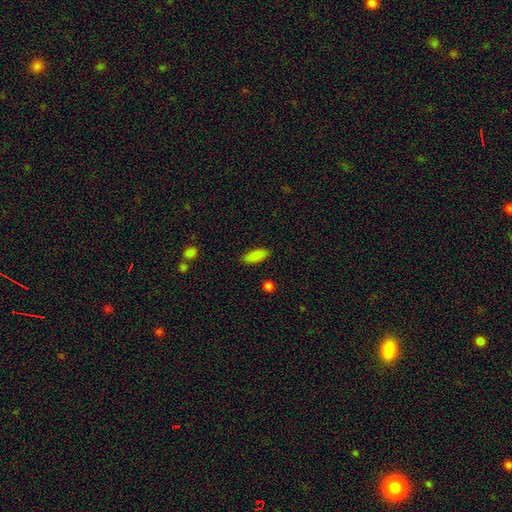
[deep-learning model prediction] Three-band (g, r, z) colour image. It shows a smooth galaxy with no disk features (88%) that is in between round and cigar-shaped (76%). Merging: none (88%).